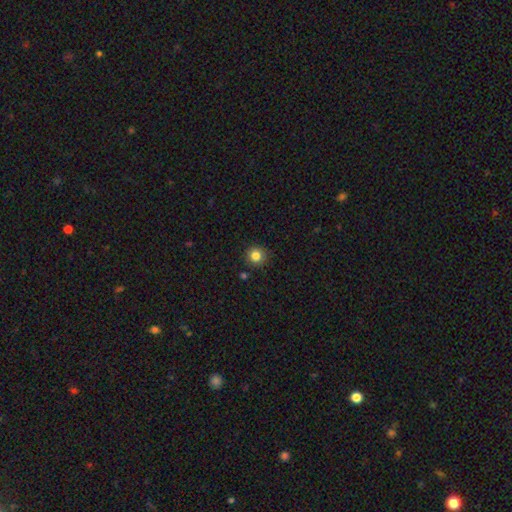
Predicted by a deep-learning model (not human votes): Smooth or featured? Predicted: smooth (p=0.83). How rounded? Predicted: round (p=0.93). Merging? Predicted: none (p=0.90).